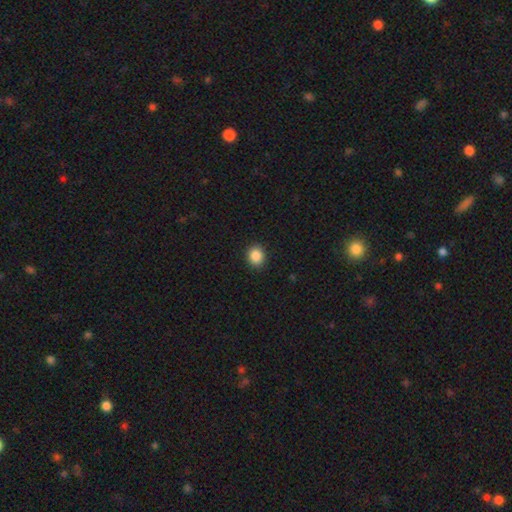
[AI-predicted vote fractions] Smooth or featured? Predicted: smooth (p=0.88). How rounded? Predicted: round (p=0.73). Merging? Predicted: none (p=0.91).